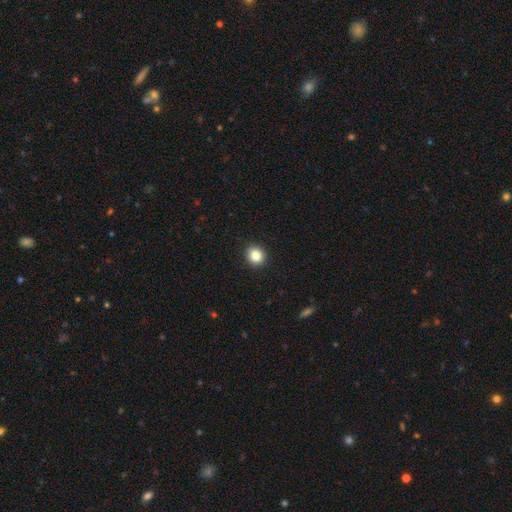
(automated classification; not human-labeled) Smooth or featured?
  - smooth: 84% *
  - star or artifact: 10%
  - featured or disk: 5%
How rounded?
  - round: 82% *
  - in between: 17%
  - cigar-shaped: 1%
Merging?
  - none: 91% *
  - minor disturbance: 6%
  - major disturbance: 2%
  - merger: 1%